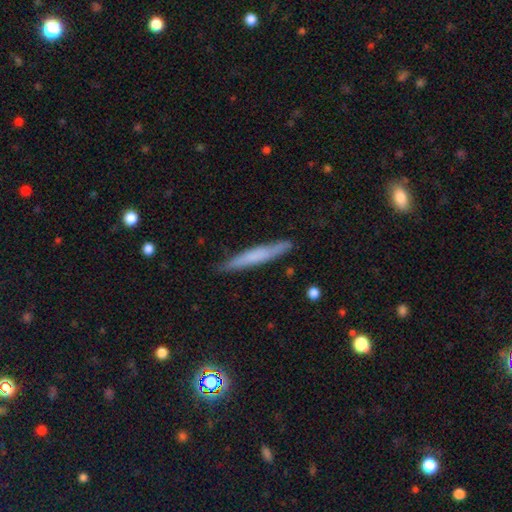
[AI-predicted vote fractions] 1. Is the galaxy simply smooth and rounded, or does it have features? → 60% smooth, 34% featured or disk, 6% star or artifact.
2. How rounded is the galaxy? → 95% cigar-shaped, 4% in between, 1% round.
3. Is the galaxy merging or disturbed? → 86% none, 11% minor disturbance, 2% major disturbance, 1% merger.